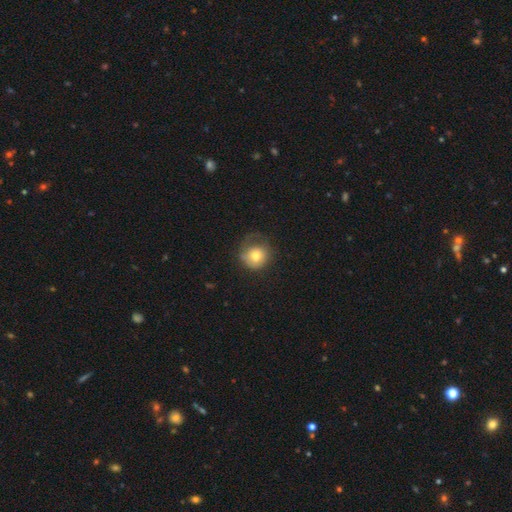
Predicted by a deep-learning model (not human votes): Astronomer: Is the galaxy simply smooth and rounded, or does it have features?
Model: smooth — 69%.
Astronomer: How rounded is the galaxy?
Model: round — 85%.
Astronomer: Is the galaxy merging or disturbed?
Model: none — 45% (runner-up: minor disturbance, 28%).